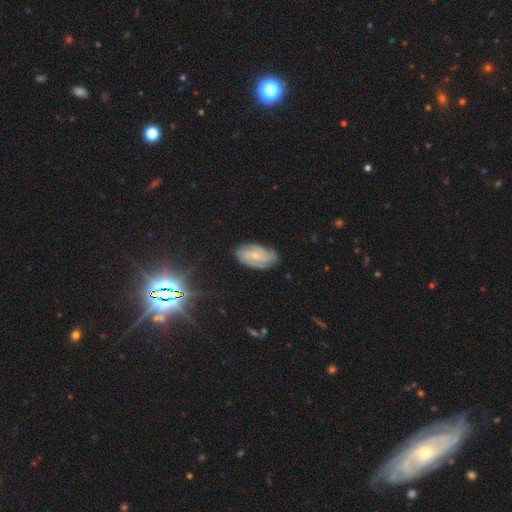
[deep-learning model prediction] featured or disk 67%, smooth 23%, star or artifact 10%. Down the decision tree: edge-on disk — no (95%); bar — no (66%); spiral arms — yes (91%); spiral arm count — can't tell (33%); spiral winding — tight (52%); bulge size — small (71%); merging — none (75%).